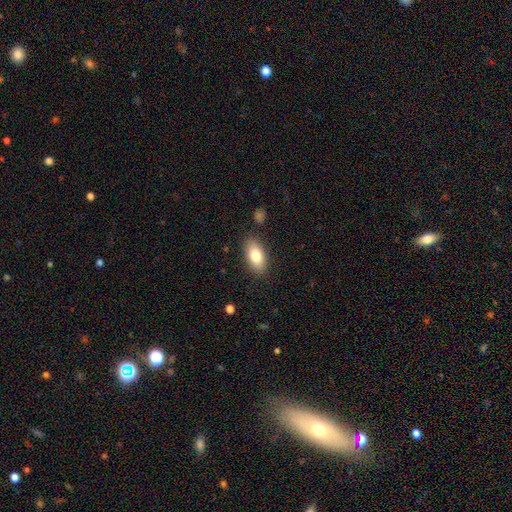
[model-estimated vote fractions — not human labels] This is clearly a smooth galaxy (81%). How rounded: clearly in between (90%). Merging: clearly none (85%).